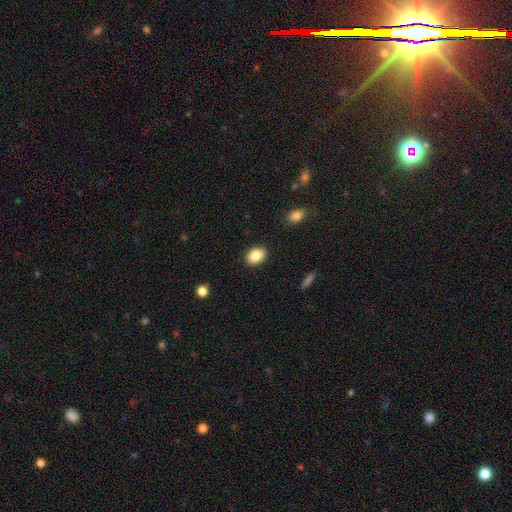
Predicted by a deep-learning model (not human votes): smooth 85%, star or artifact 8%, featured or disk 7%. Down the decision tree: how rounded — in between (75%); merging — none (89%).